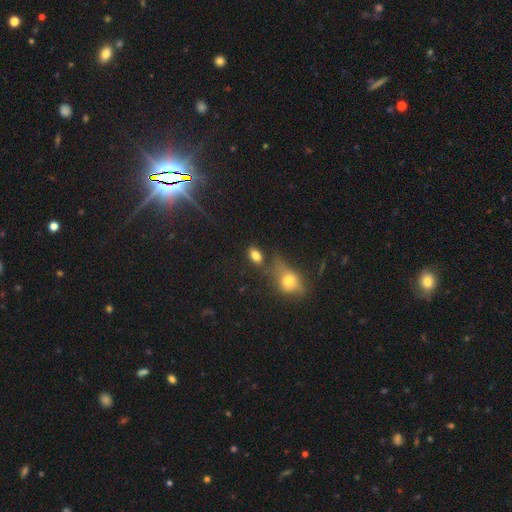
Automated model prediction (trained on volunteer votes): A smooth galaxy with no disk features (80%) that is in between round and cigar-shaped (88%). Merging: none (66%).